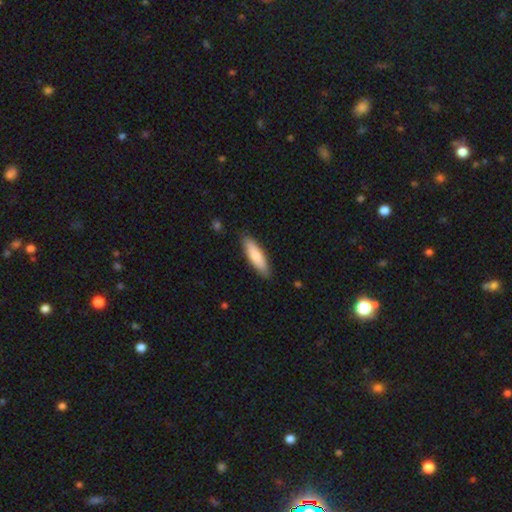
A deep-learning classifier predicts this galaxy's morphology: Smooth or featured: smooth — 80% (featured or disk — 15%)
How rounded: cigar-shaped — 64% (in between — 35%)
Merging: none — 87% (minor disturbance — 10%)